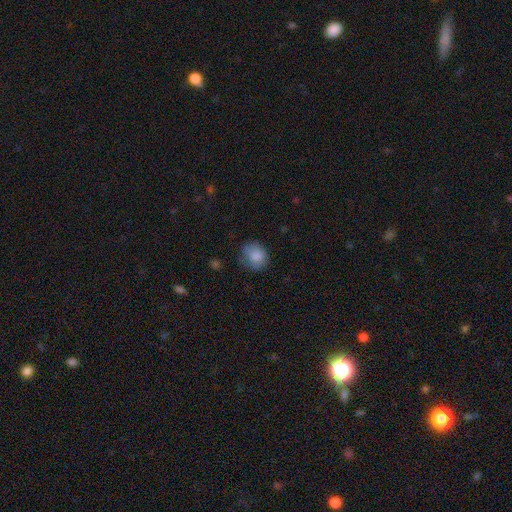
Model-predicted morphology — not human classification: smooth 84%, star or artifact 8%, featured or disk 8%. Down the decision tree: how rounded — round (69%); merging — none (62%).